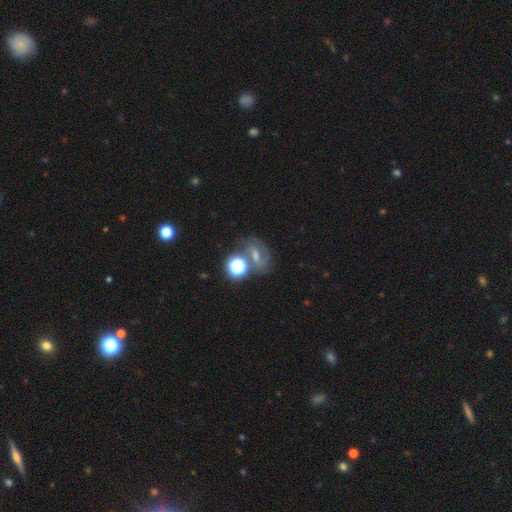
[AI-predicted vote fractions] featured or disk 41%, smooth 30%, star or artifact 29%. Down the decision tree: merging — none (61%).